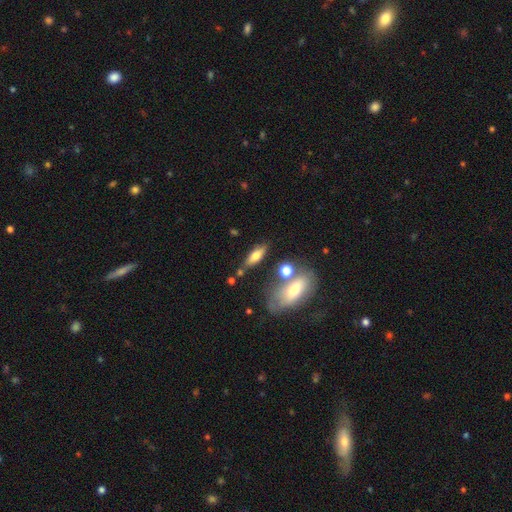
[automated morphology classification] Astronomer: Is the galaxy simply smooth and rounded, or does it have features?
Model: smooth — 61%.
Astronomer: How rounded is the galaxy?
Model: in between — 59% (runner-up: cigar-shaped, 36%).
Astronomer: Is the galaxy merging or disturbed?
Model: none — 69%.